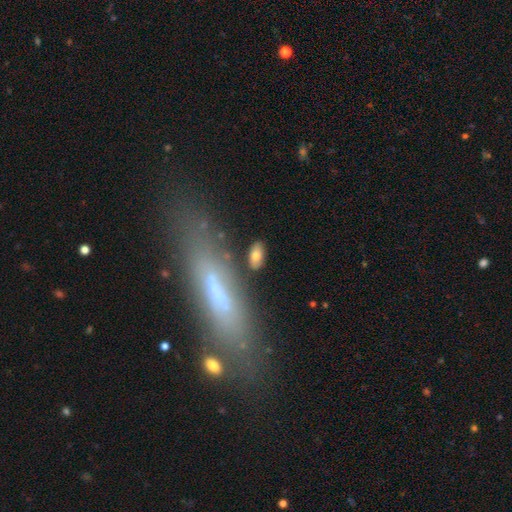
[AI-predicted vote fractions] The model was most divided on "smooth or featured": smooth: 75%, featured or disk: 18%, star or artifact: 7%. More confident: how rounded — in between (85%); merging — none (77%).